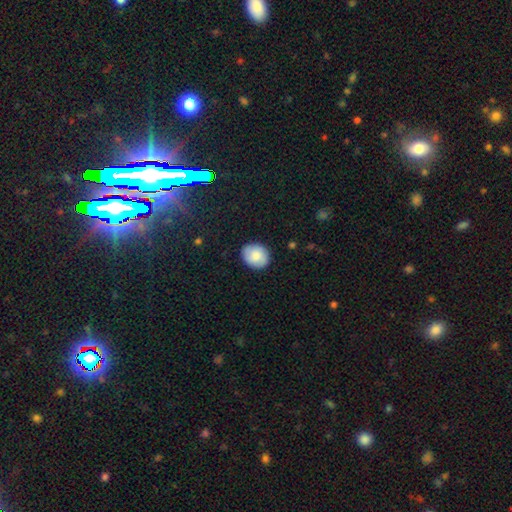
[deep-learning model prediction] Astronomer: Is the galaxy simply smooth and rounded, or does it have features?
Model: smooth — 80%.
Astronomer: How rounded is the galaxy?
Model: round — 59% (runner-up: in between, 40%).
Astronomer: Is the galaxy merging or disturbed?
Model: none — 86%.